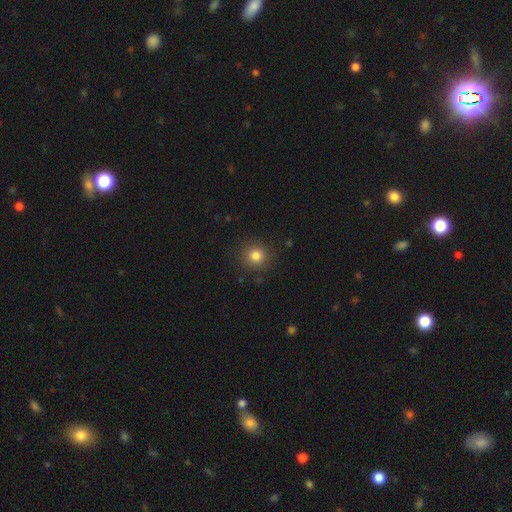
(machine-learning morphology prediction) Smooth or featured: smooth — 81% (star or artifact — 13%)
How rounded: round — 91% (in between — 8%)
Merging: none — 89% (minor disturbance — 7%)